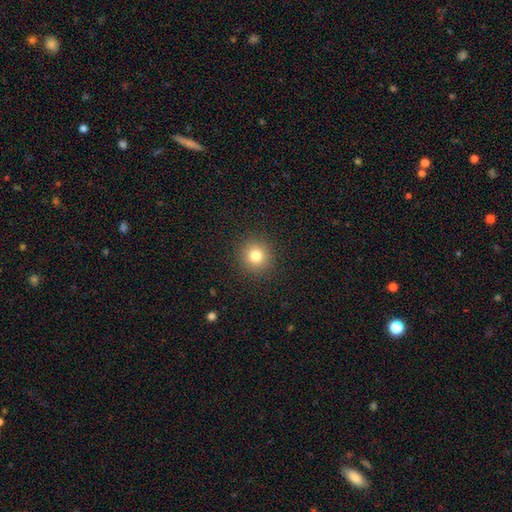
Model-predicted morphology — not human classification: Smooth or featured: smooth — 80% (star or artifact — 13%)
How rounded: round — 93% (in between — 6%)
Merging: none — 91% (minor disturbance — 5%)